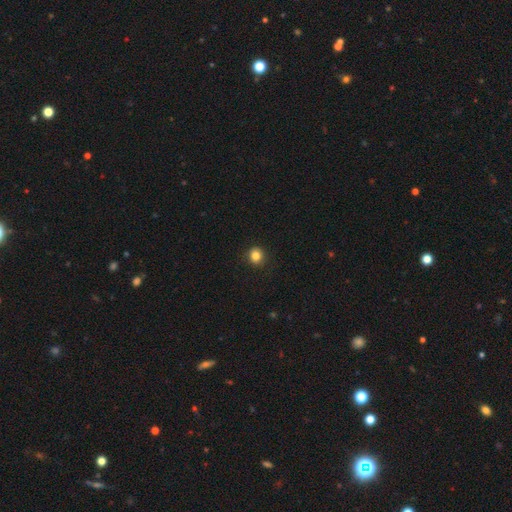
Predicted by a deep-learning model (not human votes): Smooth or featured? smooth (84%)
How rounded? round (88%)
Merging? none (91%)